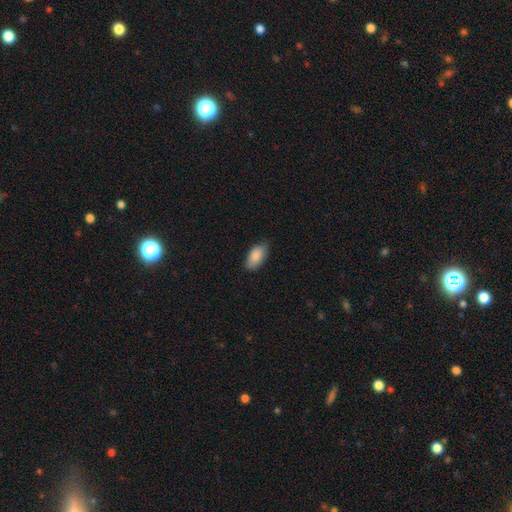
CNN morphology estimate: smooth_or_featured: smooth (p=0.87) [alt: featured or disk p=0.07]
how_rounded: in between (p=0.93) [alt: cigar-shaped p=0.04]
merging: none (p=0.75) [alt: minor disturbance p=0.21]